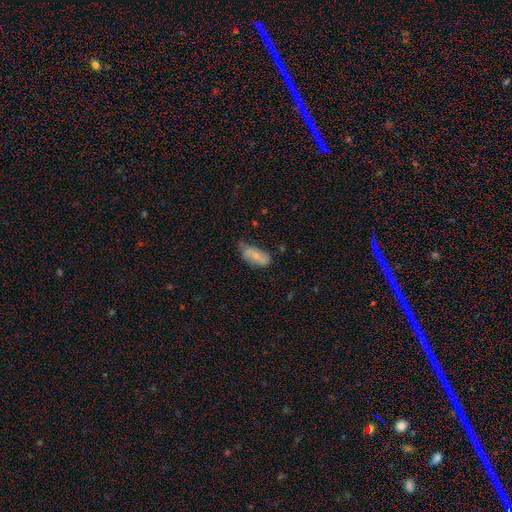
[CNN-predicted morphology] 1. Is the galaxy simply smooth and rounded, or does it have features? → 56% smooth, 36% featured or disk, 8% star or artifact.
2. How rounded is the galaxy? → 87% in between, 10% cigar-shaped, 3% round.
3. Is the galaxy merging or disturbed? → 46% none, 39% minor disturbance, 12% major disturbance, 3% merger.